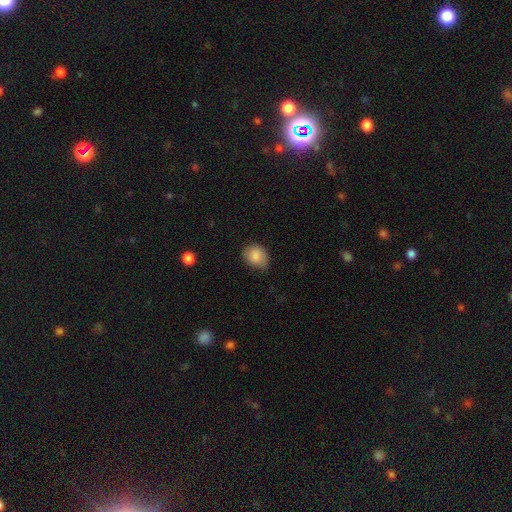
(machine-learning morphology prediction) The model was most divided on "how rounded": in between: 58%, round: 42%, cigar-shaped: 1%. More confident: smooth or featured — smooth (84%); merging — none (62%).